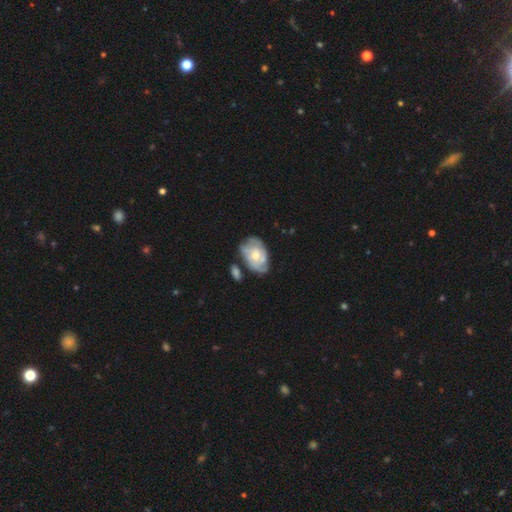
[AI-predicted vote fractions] Smooth or featured? featured or disk (64%)
Edge-on disk? no (96%)
Bar? no (79%)
Spiral arms? yes (70%)
Bulge size? moderate (60%)
Merging? none (53%)